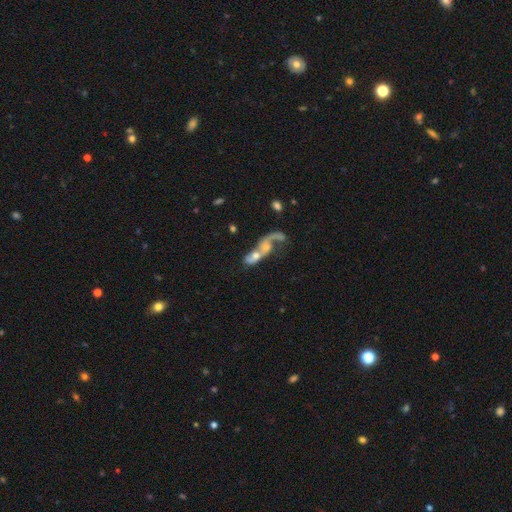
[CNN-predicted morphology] smooth-or-featured: featured or disk: 56% | smooth: 35% | star or artifact: 9%
  disk-edge-on: no: 90% | yes: 10%
    bar: no: 73% | weak: 21% | strong: 6%
    has-spiral-arms: yes: 54% | no: 46%
    bulge-size: moderate: 45% | small: 29% | none: 13% | large: 10% | dominant: 3%
  merging: merger: 71% | major disturbance: 14% | none: 11% | minor disturbance: 5%